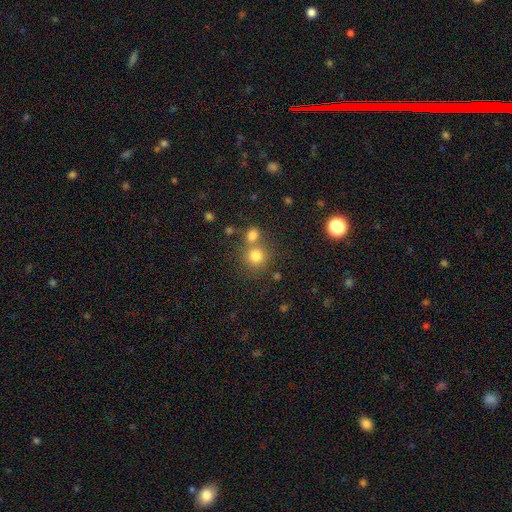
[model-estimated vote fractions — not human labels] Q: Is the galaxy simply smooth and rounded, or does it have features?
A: smooth — 78%.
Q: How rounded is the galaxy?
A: round — 88%.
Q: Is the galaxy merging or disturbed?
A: none — 55%.